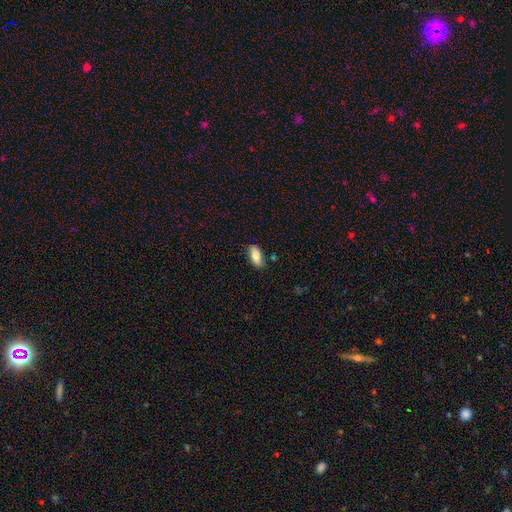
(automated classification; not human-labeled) smooth 74%, featured or disk 20%, star or artifact 6%. Down the decision tree: how rounded — in between (86%); merging — none (80%).